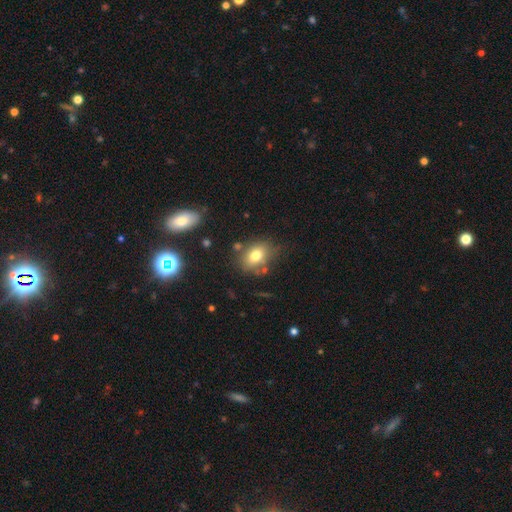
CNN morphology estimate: A smooth galaxy with no disk features (75%) that is in between round and cigar-shaped (67%). Merging: none (70%).